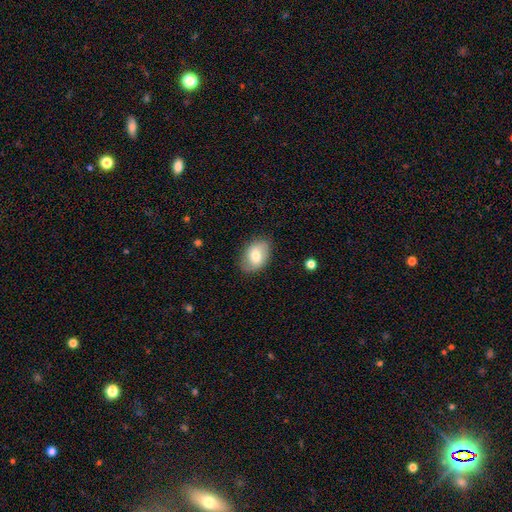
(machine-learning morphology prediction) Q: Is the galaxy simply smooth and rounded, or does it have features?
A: smooth — 73%.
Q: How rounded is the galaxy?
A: in between — 84%.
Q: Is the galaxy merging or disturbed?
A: none — 81%.